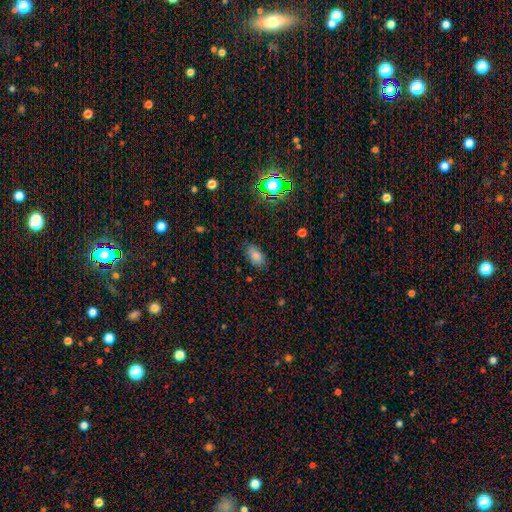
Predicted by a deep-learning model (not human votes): The model was most divided on "smooth or featured": smooth: 79%, star or artifact: 15%, featured or disk: 7%. More confident: how rounded — in between (90%); merging — none (81%).